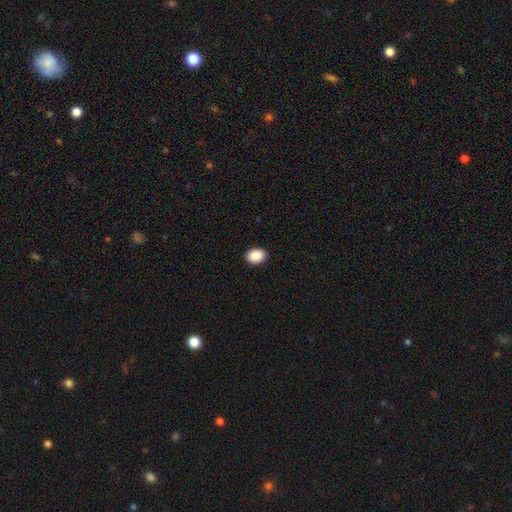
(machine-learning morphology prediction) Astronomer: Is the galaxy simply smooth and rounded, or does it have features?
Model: smooth — 90%.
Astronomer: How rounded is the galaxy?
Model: in between — 77%.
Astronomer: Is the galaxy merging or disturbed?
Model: none — 91%.